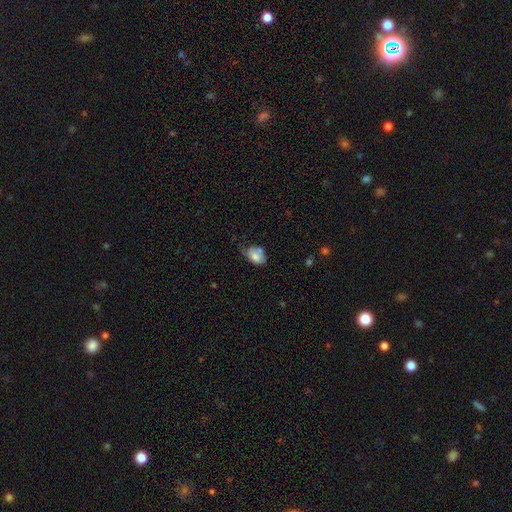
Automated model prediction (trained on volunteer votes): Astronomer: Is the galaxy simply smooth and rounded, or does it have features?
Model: smooth — 74%.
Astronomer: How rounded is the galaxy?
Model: in between — 79%.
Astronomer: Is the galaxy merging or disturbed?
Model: minor disturbance — 41% (runner-up: none, 38%).